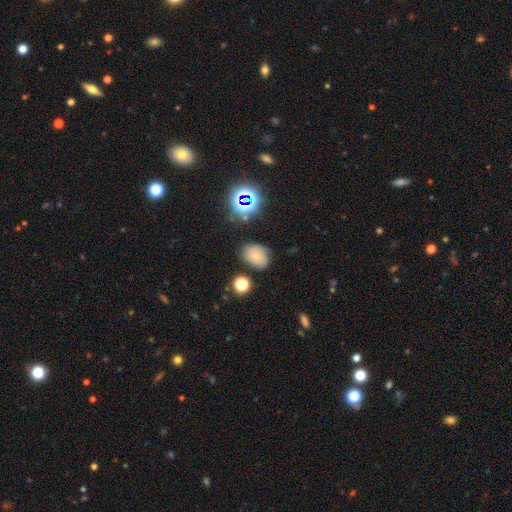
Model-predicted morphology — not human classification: A smooth galaxy with no disk features (60%) that is in between round and cigar-shaped (65%).

Vote fractions:
- Smooth or featured? smooth: 60% / featured or disk: 22% / star or artifact: 19%
- How rounded? in between: 65% / round: 34% / cigar-shaped: 1%
- Merging? none: 71% / minor disturbance: 19% / major disturbance: 5% / merger: 5%